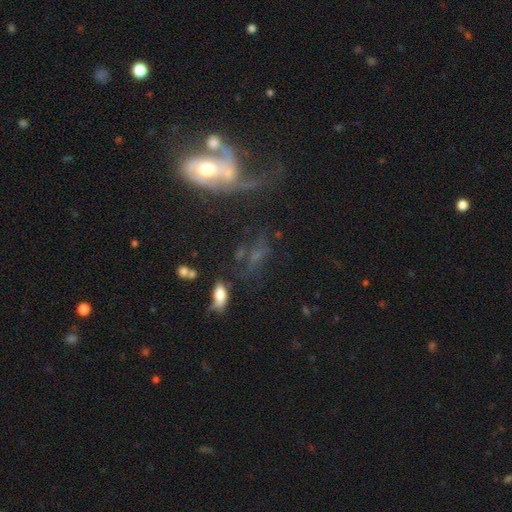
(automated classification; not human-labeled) A featured or disk galaxy (54%).

Vote fractions:
- Smooth or featured? featured or disk: 54% / smooth: 29% / star or artifact: 18%
- Edge-on disk? no: 89% / yes: 11%
- Merging? none: 30% / major disturbance: 29% / merger: 25% / minor disturbance: 16%